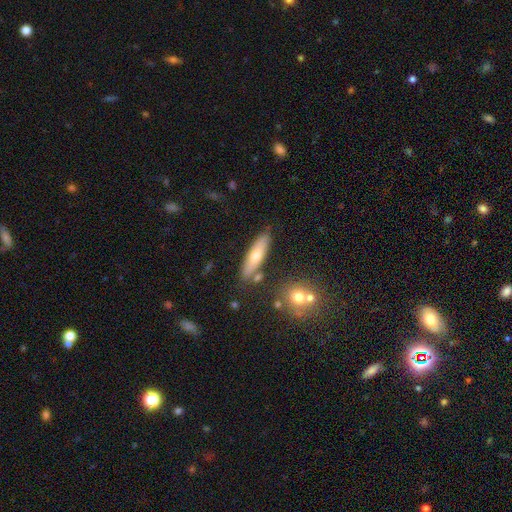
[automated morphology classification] A smooth galaxy with no disk features (53%) that is cigar-shaped (74%). Merging: none (82%).